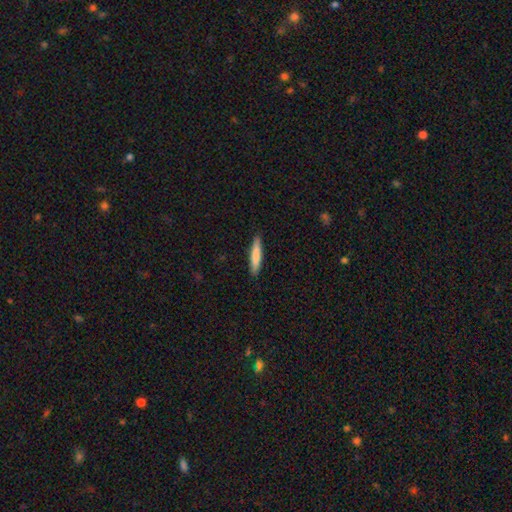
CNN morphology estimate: smooth-or-featured: smooth: 80% | featured or disk: 15% | star or artifact: 5%
  how-rounded: cigar-shaped: 90% | in between: 9% | round: 1%
  merging: none: 90% | minor disturbance: 7% | major disturbance: 1% | merger: 1%